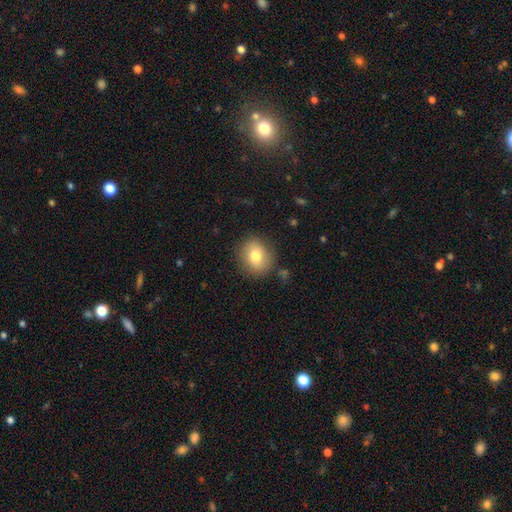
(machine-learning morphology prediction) Q: Smooth or featured?
A: smooth (76%); runner-up: featured or disk (15%)
Q: How rounded?
A: round (73%); runner-up: in between (26%)
Q: Merging?
A: none (85%); runner-up: minor disturbance (11%)